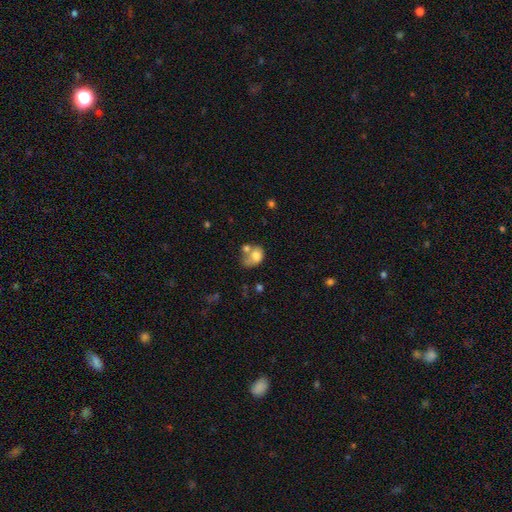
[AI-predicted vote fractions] Smooth or featured: smooth — 71% (featured or disk — 20%)
How rounded: in between — 66% (round — 33%)
Merging: merger — 45% (none — 23%)